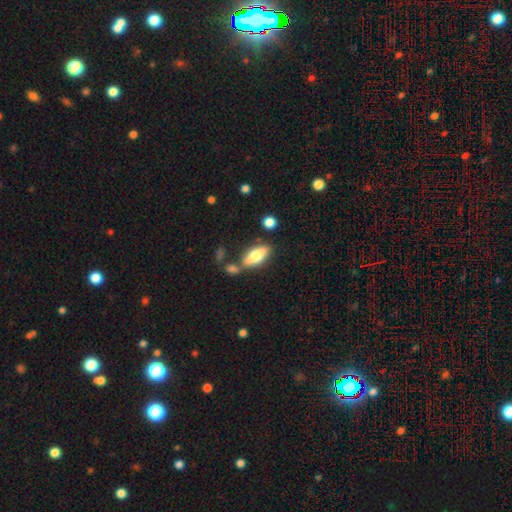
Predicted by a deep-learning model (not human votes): smooth 64%, featured or disk 29%, star or artifact 7%. Down the decision tree: how rounded — in between (77%); merging — none (69%).